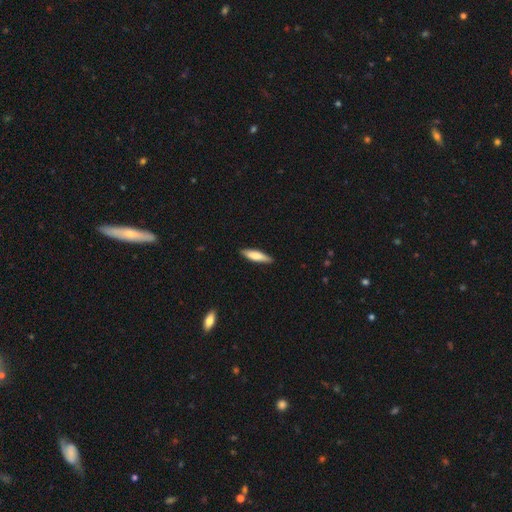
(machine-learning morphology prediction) type=smooth (73%); roundness=cigar-shaped (72%); merging=none (88%).